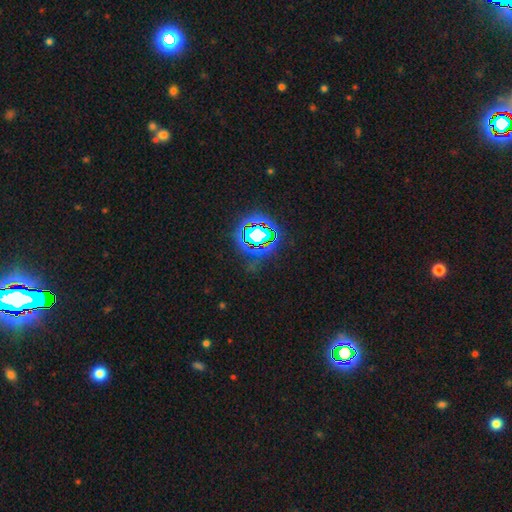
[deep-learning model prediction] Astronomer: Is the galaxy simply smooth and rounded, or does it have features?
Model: star or artifact — 80%.